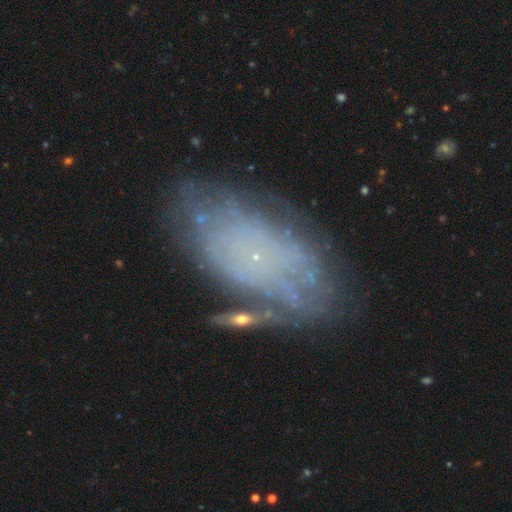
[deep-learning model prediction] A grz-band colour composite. It shows a featured or disk galaxy (63%) with no bar (89%), spiral arms (57%) and a small central bulge (77%). Merging: none (64%).